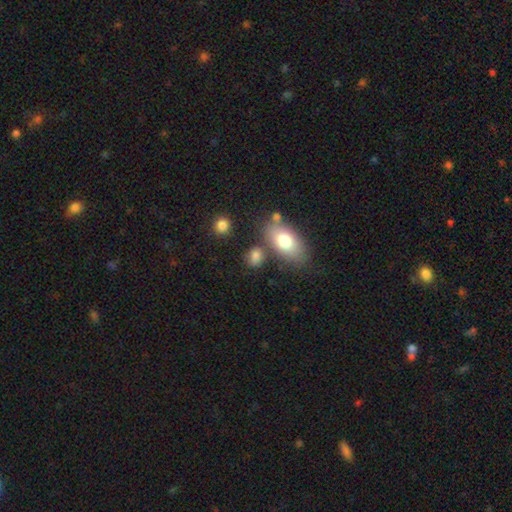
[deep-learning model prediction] A smooth galaxy with no disk features (79%) that is in between round and cigar-shaped (62%). Merging: none (66%).